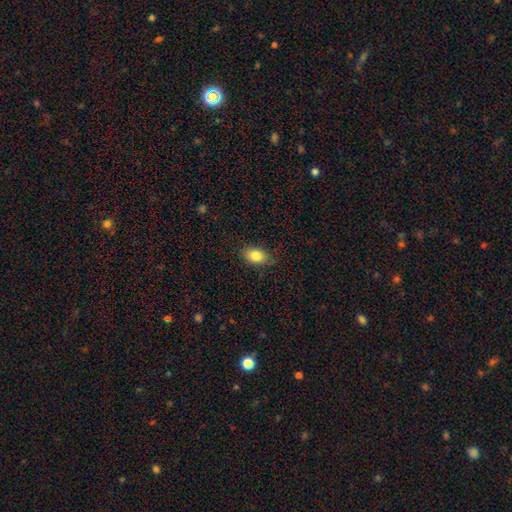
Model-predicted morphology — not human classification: Overall: smooth (85%). How rounded: in between (84%). Merging: none (82%).